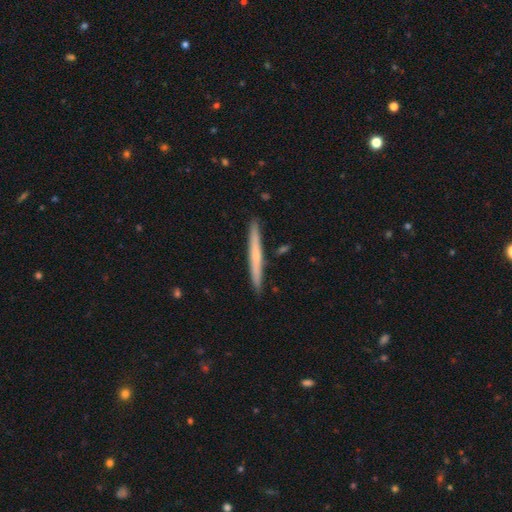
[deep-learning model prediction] Smooth or featured: featured or disk — 47% (tied with smooth — 47%)
Merging: none — 91% (minor disturbance — 6%)